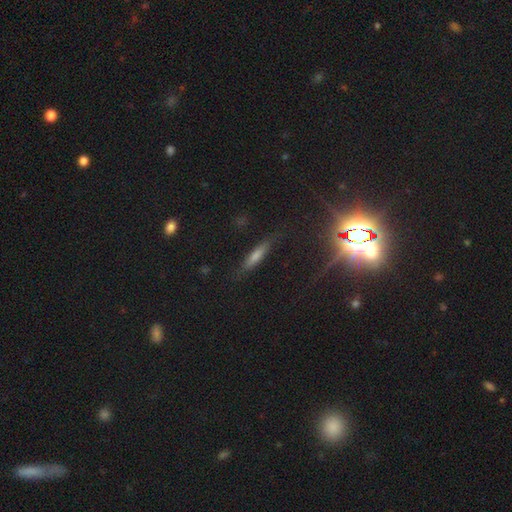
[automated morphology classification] Smooth or featured? smooth (51%)
How rounded? cigar-shaped (82%)
Merging? none (81%)